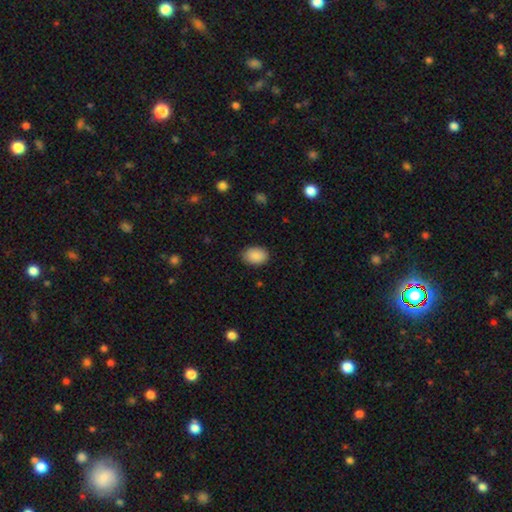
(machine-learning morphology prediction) A smooth galaxy with no disk features (89%) that is in between round and cigar-shaped (79%).

Vote fractions:
- Smooth or featured? smooth: 89% / star or artifact: 7% / featured or disk: 4%
- How rounded? in between: 79% / round: 20% / cigar-shaped: 1%
- Merging? none: 84% / minor disturbance: 12% / major disturbance: 3% / merger: 1%